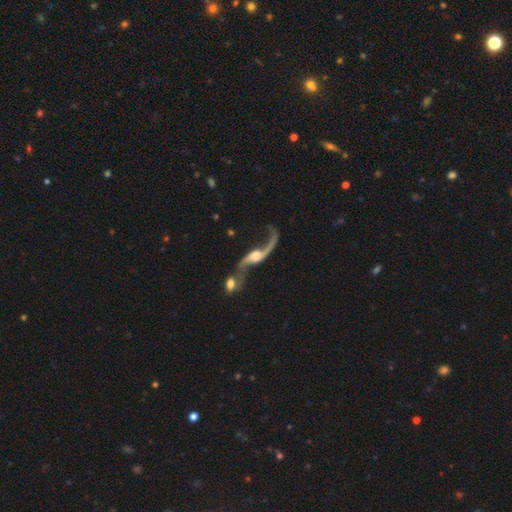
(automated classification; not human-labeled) smooth-or-featured: featured or disk: 86% | smooth: 8% | star or artifact: 6%
  disk-edge-on: no: 87% | yes: 13%
    bar: no: 52% | weak: 34% | strong: 14%
    has-spiral-arms: yes: 92% | no: 8%
      spiral-winding: loose: 93% | medium: 5% | tight: 2%
      spiral-arm-count: 2: 86% | 1: 9% | can't tell: 2% | 3: 1% | 4: 1% | more than 4: 1%
    bulge-size: moderate: 46% | small: 21% | large: 19% | none: 10% | dominant: 3%
  merging: merger: 52% | none: 26% | major disturbance: 12% | minor disturbance: 9%